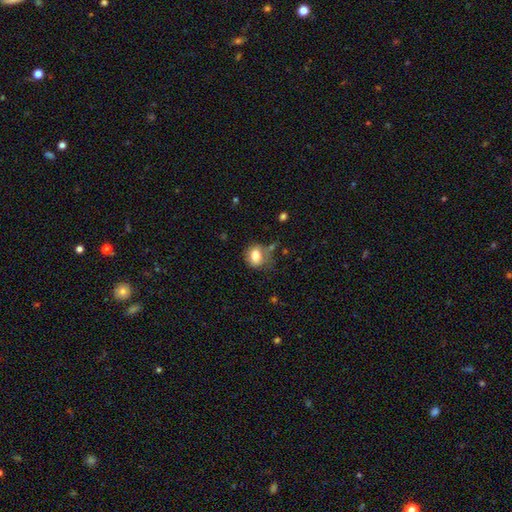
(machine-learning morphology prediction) The model was most divided on "how rounded": round: 51%, in between: 48%, cigar-shaped: 1%. More confident: smooth or featured — smooth (78%); merging — none (56%).